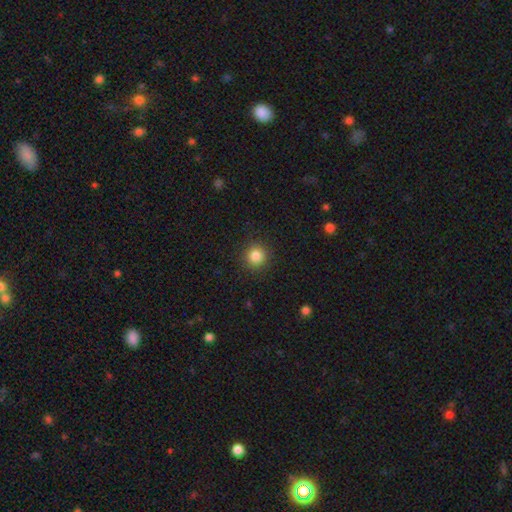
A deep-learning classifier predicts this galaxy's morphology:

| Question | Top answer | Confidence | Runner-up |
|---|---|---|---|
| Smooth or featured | smooth | 85% | star or artifact (11%) |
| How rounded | round | 93% | in between (6%) |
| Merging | none | 91% | minor disturbance (6%) |